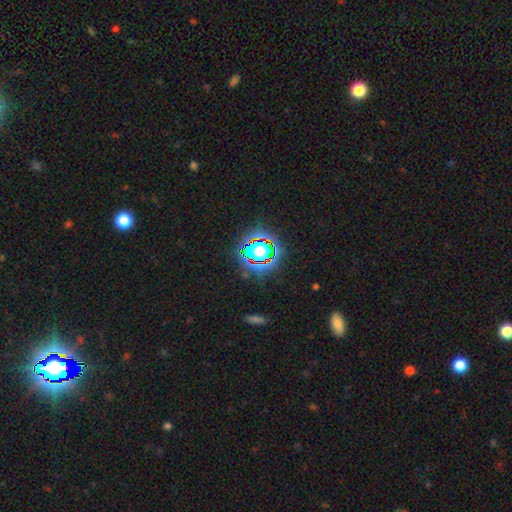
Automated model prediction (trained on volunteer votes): A star or artifact, not a galaxy (63%).

Vote fractions:
- Smooth or featured? star or artifact: 63% / smooth: 24% / featured or disk: 13%